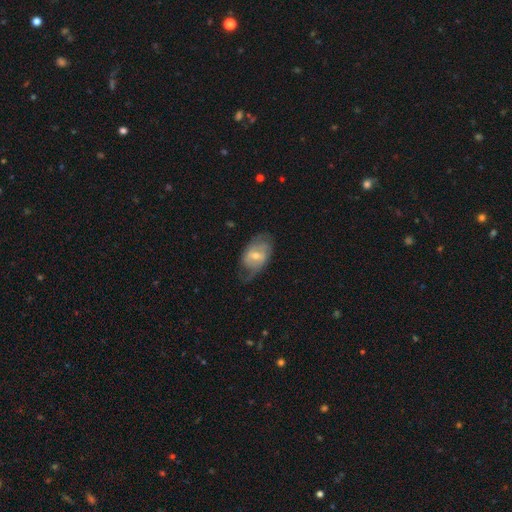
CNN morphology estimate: This appears to be a featured or disk galaxy (62%) with a weak bar (52%), spiral arms (74%) and a moderate central bulge (54%). Merging: none (55%).